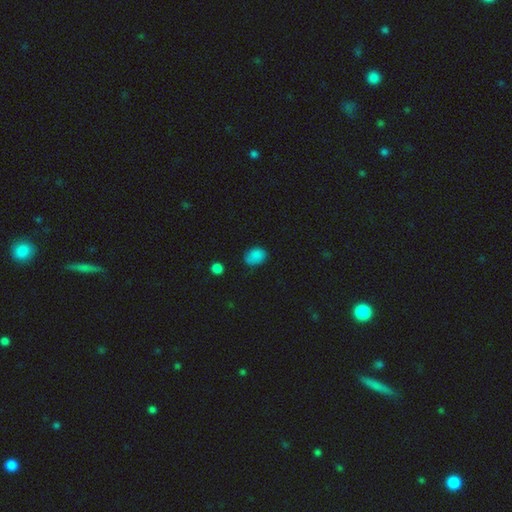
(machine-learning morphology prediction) A smooth galaxy with no disk features (83%) that is in between round and cigar-shaped (68%).

Vote fractions:
- Smooth or featured? smooth: 83% / star or artifact: 11% / featured or disk: 5%
- How rounded? in between: 68% / round: 30% / cigar-shaped: 1%
- Merging? none: 68% / minor disturbance: 24% / major disturbance: 5% / merger: 3%